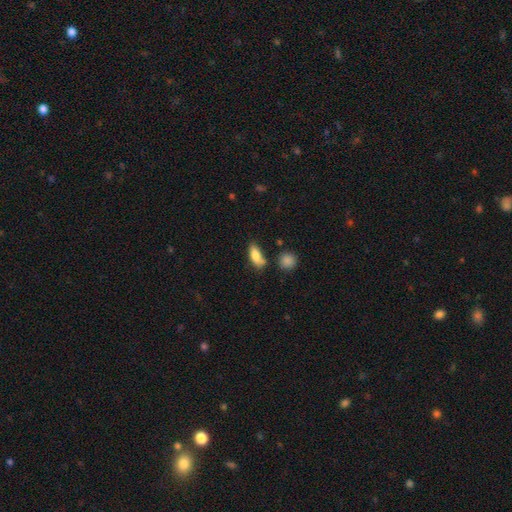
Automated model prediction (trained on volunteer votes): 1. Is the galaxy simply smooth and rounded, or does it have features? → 81% smooth, 12% featured or disk, 7% star or artifact.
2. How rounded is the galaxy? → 79% in between, 18% cigar-shaped, 4% round.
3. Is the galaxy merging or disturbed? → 60% none, 23% minor disturbance, 10% merger, 6% major disturbance.